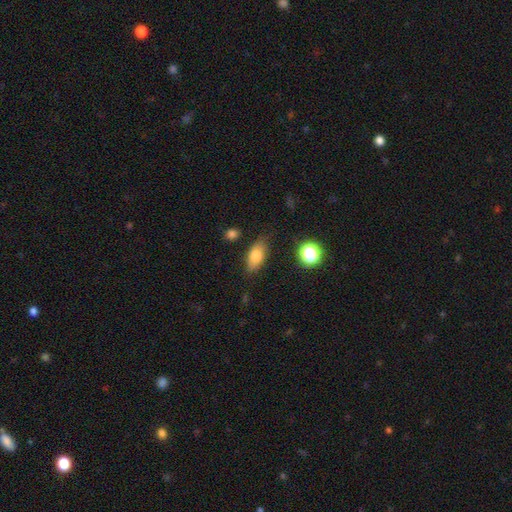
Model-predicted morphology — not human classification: Q: Smooth or featured?
A: smooth (78%); runner-up: featured or disk (13%)
Q: How rounded?
A: in between (84%); runner-up: cigar-shaped (10%)
Q: Merging?
A: none (80%); runner-up: minor disturbance (14%)